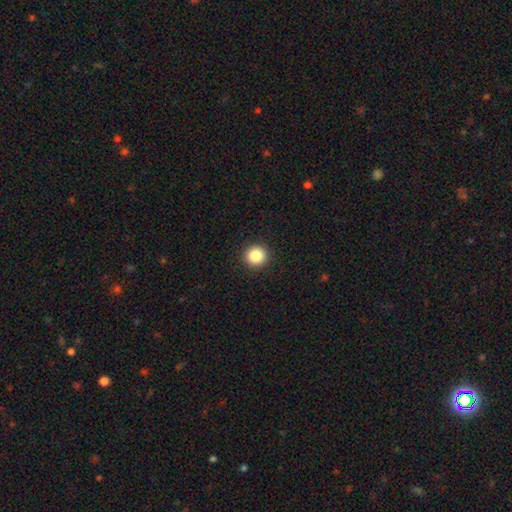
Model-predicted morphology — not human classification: type=smooth (86%); roundness=round (94%); merging=none (93%).